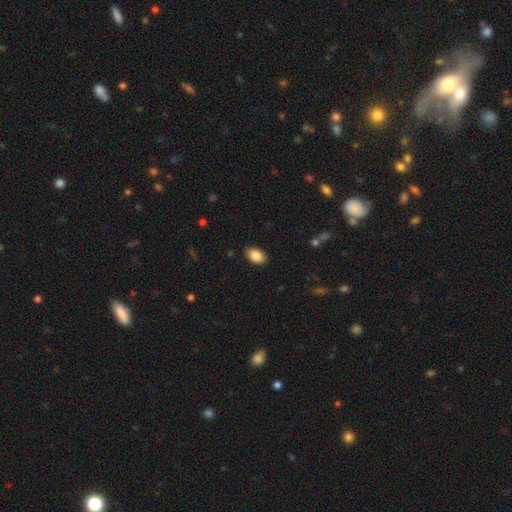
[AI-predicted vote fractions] Q: Smooth or featured?
A: smooth (87%); runner-up: star or artifact (7%)
Q: How rounded?
A: in between (90%); runner-up: round (9%)
Q: Merging?
A: none (88%); runner-up: minor disturbance (9%)